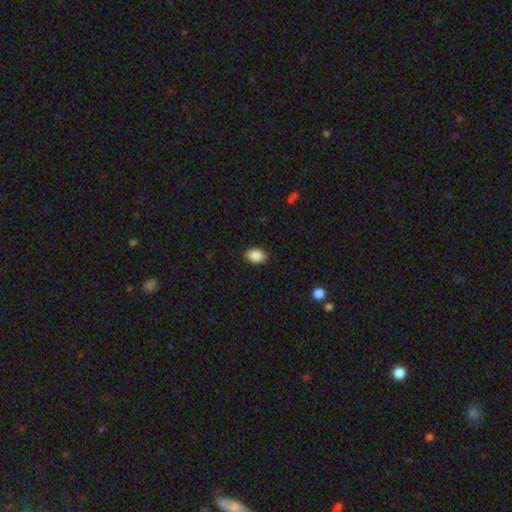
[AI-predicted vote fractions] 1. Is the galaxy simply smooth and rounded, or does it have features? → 89% smooth, 8% star or artifact, 4% featured or disk.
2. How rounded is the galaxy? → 81% in between, 18% round, 1% cigar-shaped.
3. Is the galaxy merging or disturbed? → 89% none, 8% minor disturbance, 2% major disturbance, 1% merger.